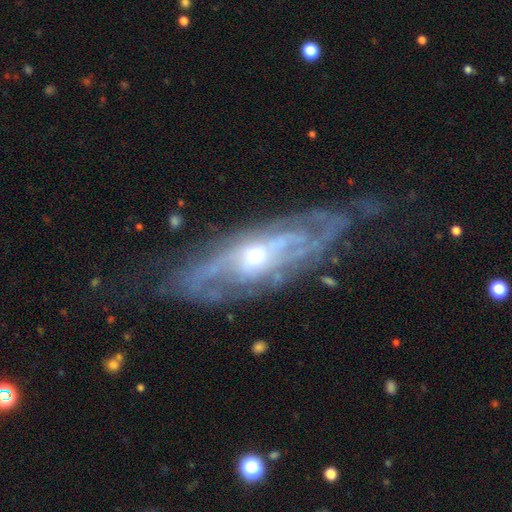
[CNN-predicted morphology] A featured or disk galaxy (86%) with no bar (63%), tight (56%) spiral arms (88%) and a moderate central bulge (61%).

Vote fractions:
- Smooth or featured? featured or disk: 86% / smooth: 9% / star or artifact: 6%
- Edge-on disk? no: 81% / yes: 19%
- Bar? no: 63% / weak: 27% / strong: 10%
- Spiral arms? yes: 88% / no: 12%
- Spiral winding? tight: 56% / medium: 33% / loose: 11%
- Spiral arm count? can't tell: 43% / 2: 32% / 3: 11% / 4: 5% / 1: 5% / more than 4: 4%
- Bulge size? moderate: 61% / small: 32% / large: 5% / none: 1% / dominant: 1%
- Merging? none: 65% / minor disturbance: 21% / major disturbance: 12% / merger: 2%